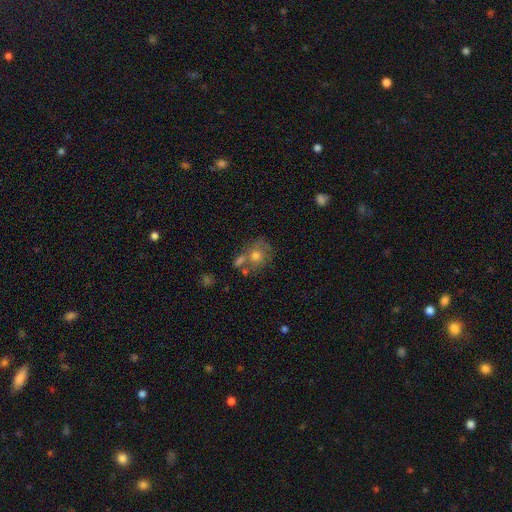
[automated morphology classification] Smooth or featured? smooth (56%)
How rounded? round (70%)
Merging? none (47%)